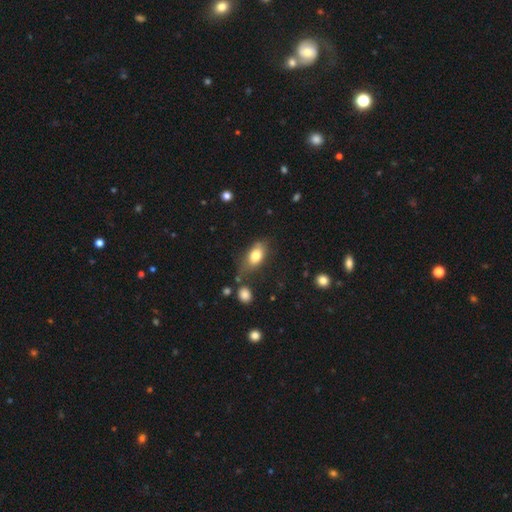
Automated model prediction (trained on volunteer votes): Morphology: type=smooth (78%); roundness=in between (87%); merging=none (59%).